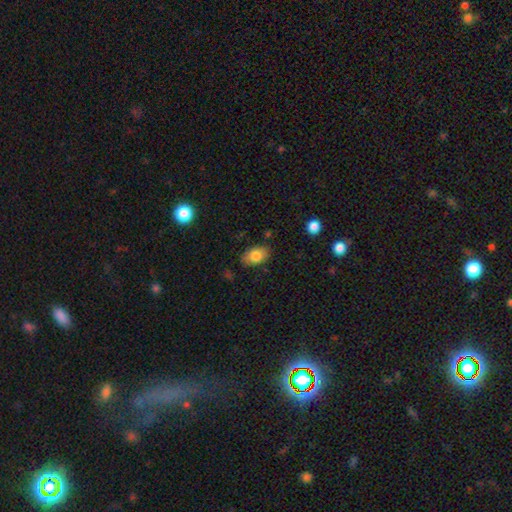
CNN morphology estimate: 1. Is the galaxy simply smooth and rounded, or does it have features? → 81% smooth, 12% featured or disk, 7% star or artifact.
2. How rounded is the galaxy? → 90% in between, 9% round, 2% cigar-shaped.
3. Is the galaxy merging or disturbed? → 81% none, 14% minor disturbance, 3% major disturbance, 2% merger.